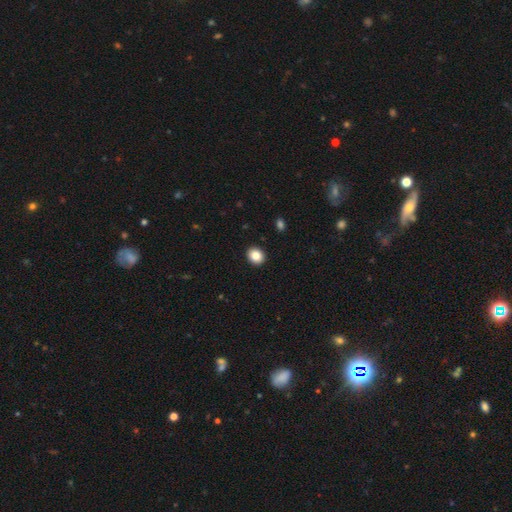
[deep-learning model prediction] A smooth galaxy with no disk features (86%) that is round (62%).

Vote fractions:
- Smooth or featured? smooth: 86% / star or artifact: 9% / featured or disk: 5%
- How rounded? round: 62% / in between: 37% / cigar-shaped: 1%
- Merging? none: 92% / minor disturbance: 5% / major disturbance: 2% / merger: 1%